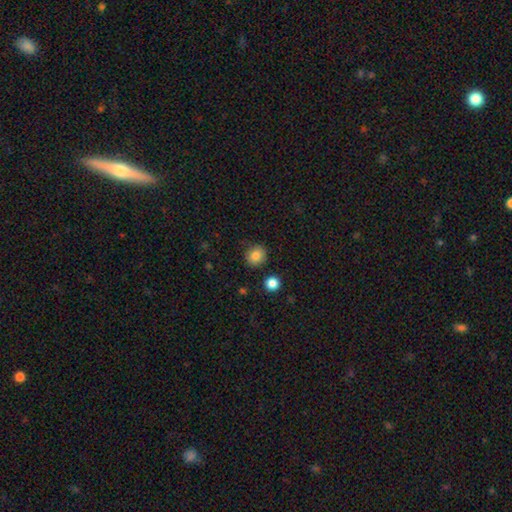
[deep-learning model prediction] This is clearly a smooth galaxy (84%). How rounded: clearly round (86%). Merging: clearly none (86%).